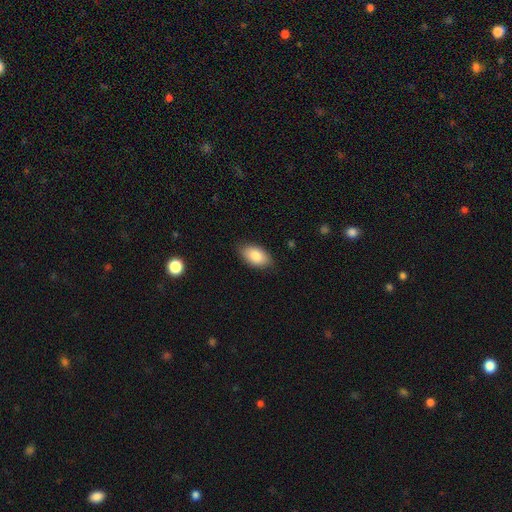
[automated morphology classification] smooth-or-featured: smooth: 85% | featured or disk: 9% | star or artifact: 6%
  how-rounded: in between: 94% | round: 5% | cigar-shaped: 2%
  merging: none: 85% | minor disturbance: 12% | major disturbance: 2% | merger: 1%